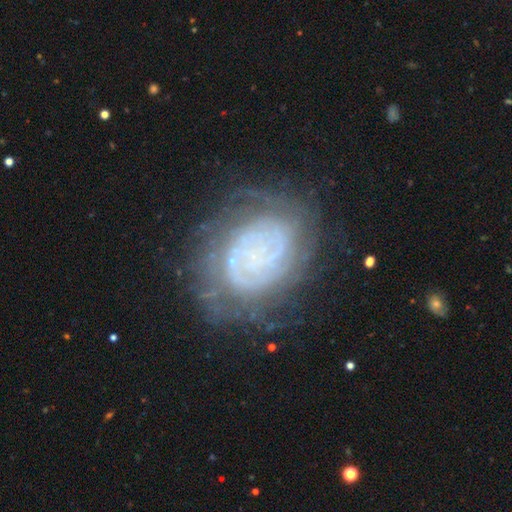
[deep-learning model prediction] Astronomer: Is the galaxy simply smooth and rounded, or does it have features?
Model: featured or disk — 76%.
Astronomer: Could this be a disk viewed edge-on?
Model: no — 97%.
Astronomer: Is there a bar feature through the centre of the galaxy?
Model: no — 78%.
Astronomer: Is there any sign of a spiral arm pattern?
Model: yes — 84%.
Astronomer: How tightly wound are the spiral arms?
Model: tight — 72%.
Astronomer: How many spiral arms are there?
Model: can't tell — 45% (runner-up: 2, 21%).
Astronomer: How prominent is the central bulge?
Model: none — 51% (runner-up: small, 37%).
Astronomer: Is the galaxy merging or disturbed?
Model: none — 66%.